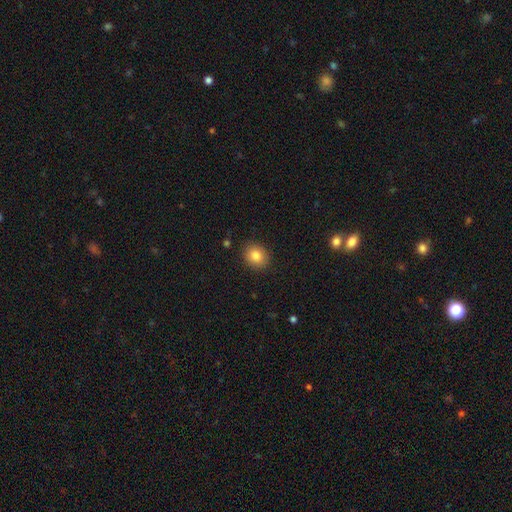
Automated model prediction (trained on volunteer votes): Overall: smooth (83%). How rounded: round (61%; in between 38%). Merging: none (88%).